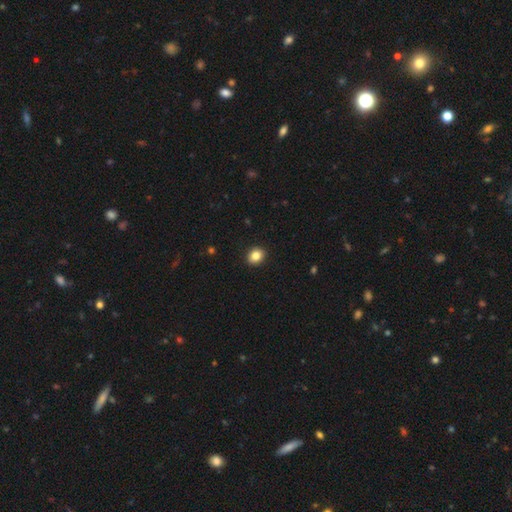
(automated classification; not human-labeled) smooth 85%, star or artifact 10%, featured or disk 5%. Down the decision tree: how rounded — round (63%); merging — none (92%).